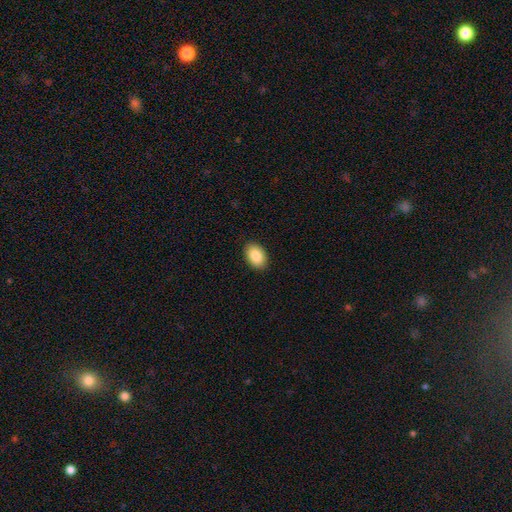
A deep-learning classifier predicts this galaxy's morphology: Smooth or featured? smooth (88%)
How rounded? in between (88%)
Merging? none (90%)